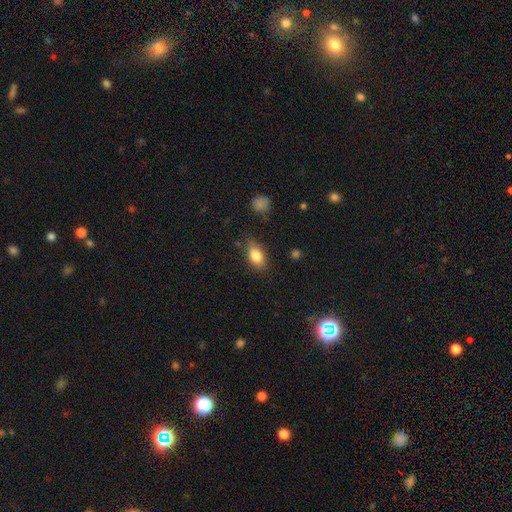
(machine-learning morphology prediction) This appears to be a smooth galaxy with no disk features (83%) that is in between round and cigar-shaped (86%). Merging: none (79%).